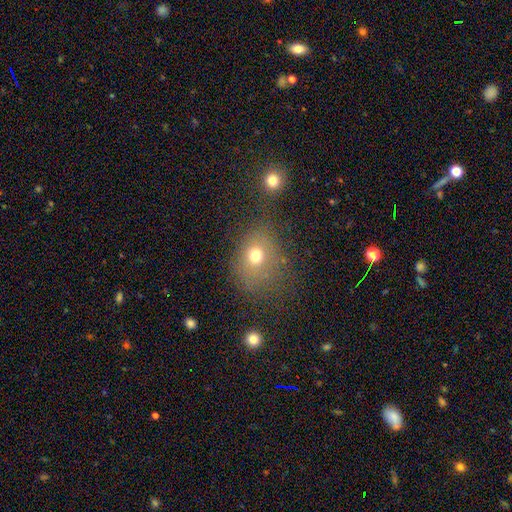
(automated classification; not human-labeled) This appears to be a smooth galaxy with no disk features (69%) that is round (61%). Merging: none (65%).